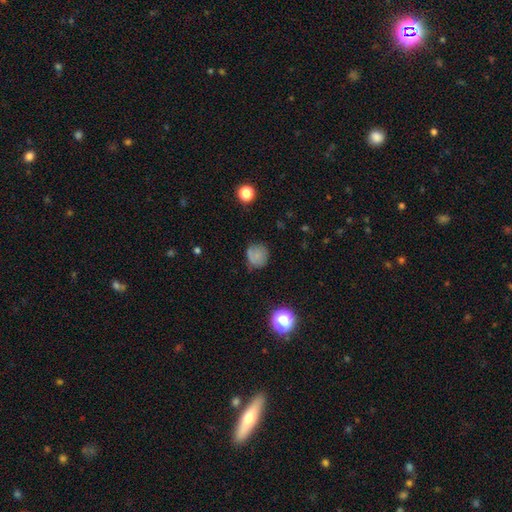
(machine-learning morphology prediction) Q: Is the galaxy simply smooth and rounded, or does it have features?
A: smooth — 71%.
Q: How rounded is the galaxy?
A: round — 86%.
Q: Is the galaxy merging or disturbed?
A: none — 67%.